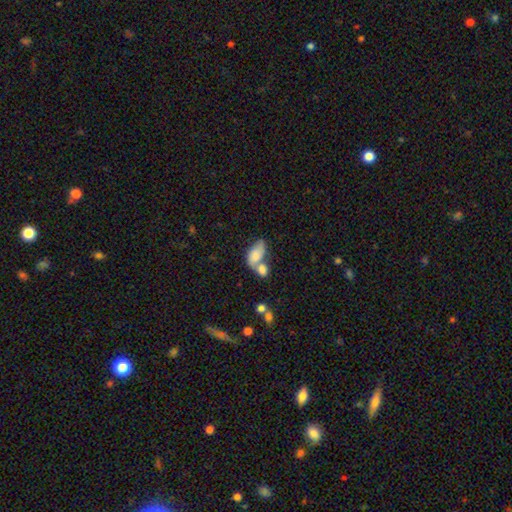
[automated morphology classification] This is likely a smooth galaxy (64%). How rounded: clearly in between (90%). Merging: possibly merger (60%).